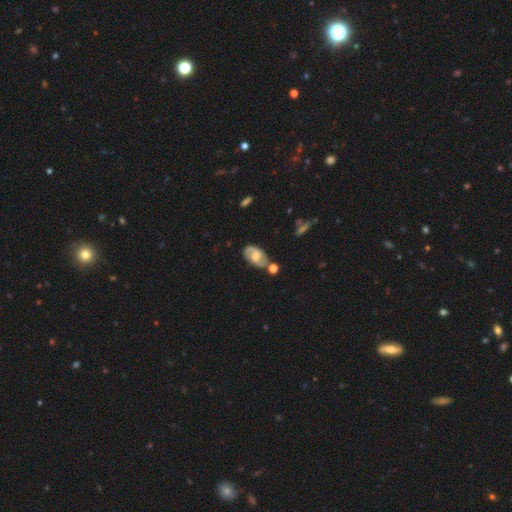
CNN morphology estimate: type=featured or disk (67%); edge-on=no (95%); bar=weak (50%); spiral arms=yes (87%); winding=medium (47%); arm count=2 (83%); bulge=moderate (48%); merging=none (65%).